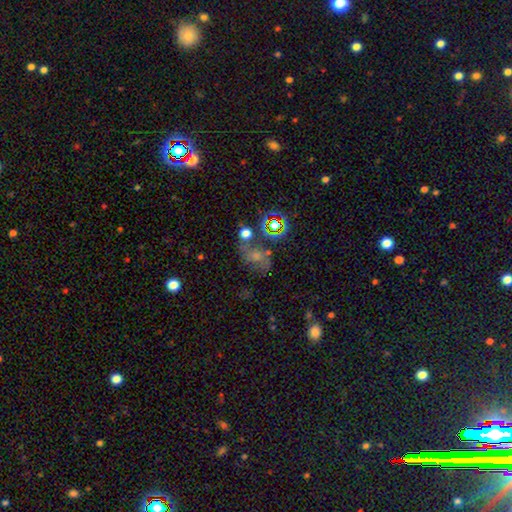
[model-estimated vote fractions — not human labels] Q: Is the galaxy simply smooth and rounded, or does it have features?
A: smooth — 37%.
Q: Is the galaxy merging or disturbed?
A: none — 43%.